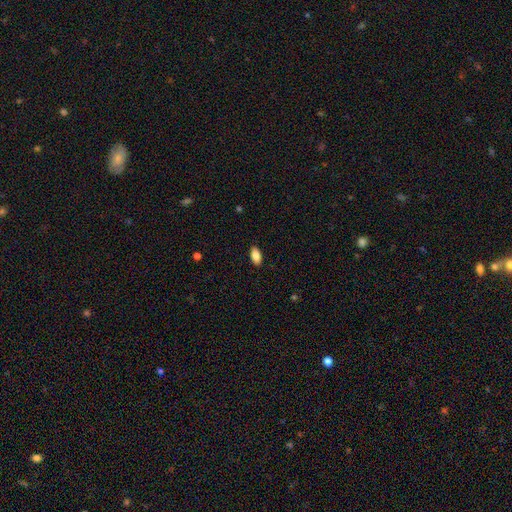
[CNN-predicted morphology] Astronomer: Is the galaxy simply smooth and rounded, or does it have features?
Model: smooth — 86%.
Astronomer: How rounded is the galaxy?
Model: in between — 92%.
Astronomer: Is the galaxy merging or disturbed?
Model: none — 89%.